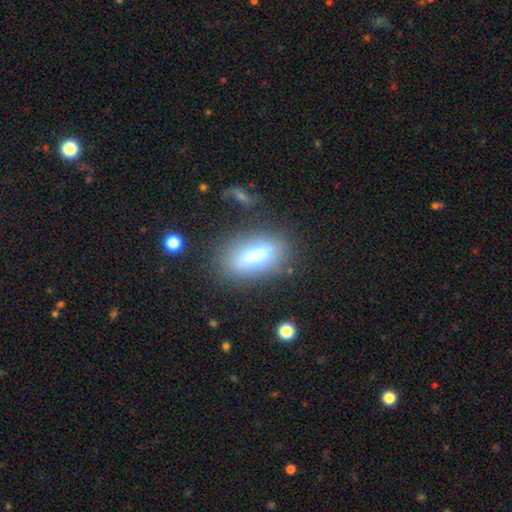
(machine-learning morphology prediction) smooth_or_featured: smooth (p=0.70) [alt: featured or disk p=0.19]
how_rounded: in between (p=0.74) [alt: cigar-shaped p=0.21]
merging: none (p=0.74) [alt: minor disturbance p=0.15]